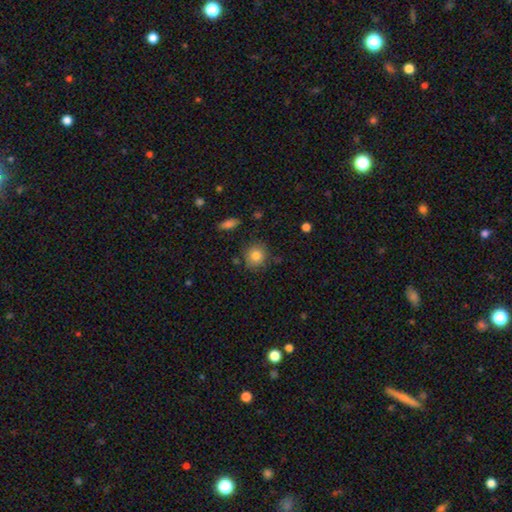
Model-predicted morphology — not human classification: Smooth or featured: smooth — 82% (star or artifact — 9%)
How rounded: round — 83% (in between — 16%)
Merging: none — 80% (minor disturbance — 14%)